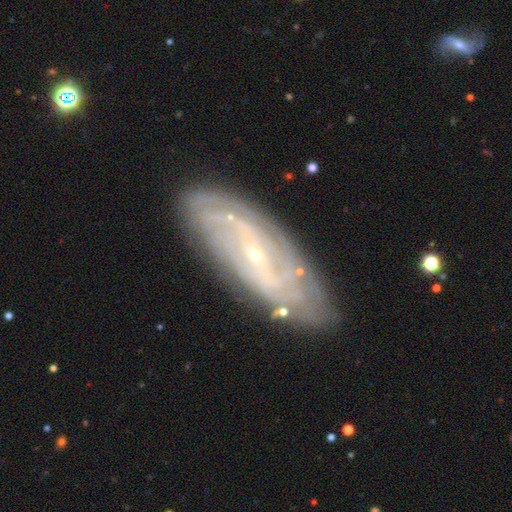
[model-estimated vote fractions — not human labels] smooth-or-featured: featured or disk: 81% | smooth: 13% | star or artifact: 7%
  disk-edge-on: no: 87% | yes: 13%
    bar: no: 49% | weak: 36% | strong: 15%
    has-spiral-arms: yes: 88% | no: 12%
      spiral-winding: tight: 56% | medium: 30% | loose: 15%
      spiral-arm-count: can't tell: 48% | 2: 23% | 3: 9% | 4: 8% | more than 4: 7% | 1: 5%
    bulge-size: small: 85% | moderate: 11% | none: 2% | large: 1% | dominant: 1%
  merging: none: 81% | minor disturbance: 14% | major disturbance: 4% | merger: 2%